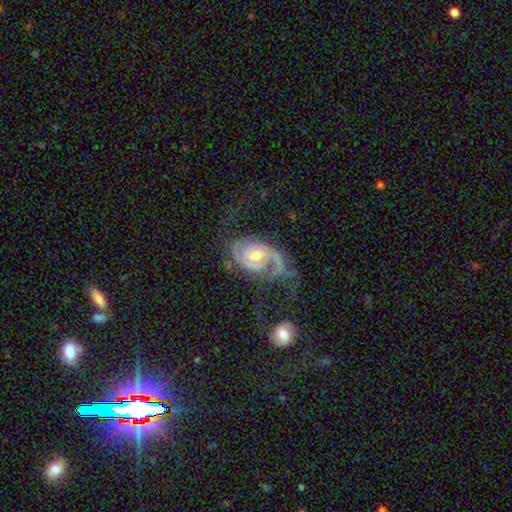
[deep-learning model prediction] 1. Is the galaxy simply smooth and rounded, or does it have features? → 87% featured or disk, 7% smooth, 5% star or artifact.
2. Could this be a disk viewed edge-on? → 97% no, 3% yes.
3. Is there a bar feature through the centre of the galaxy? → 49% no, 41% weak, 10% strong.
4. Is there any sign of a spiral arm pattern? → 96% yes, 4% no.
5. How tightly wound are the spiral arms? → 41% medium (tied), 41% tight (tied), 18% loose.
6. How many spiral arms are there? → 69% 2, 12% 1, 9% can't tell, 6% 3, 2% 4, 2% more than 4.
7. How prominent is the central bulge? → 67% moderate, 26% small, 5% large, 1% none, 1% dominant.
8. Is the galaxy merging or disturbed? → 43% none, 29% major disturbance, 21% minor disturbance, 7% merger.